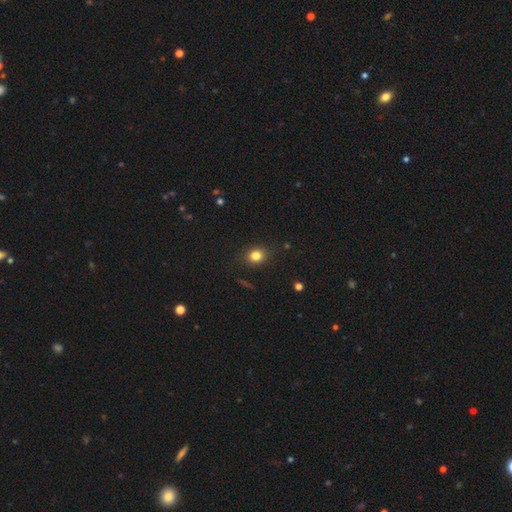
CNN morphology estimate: This appears to be a smooth galaxy with no disk features (81%) that is round (67%). Merging: none (87%).